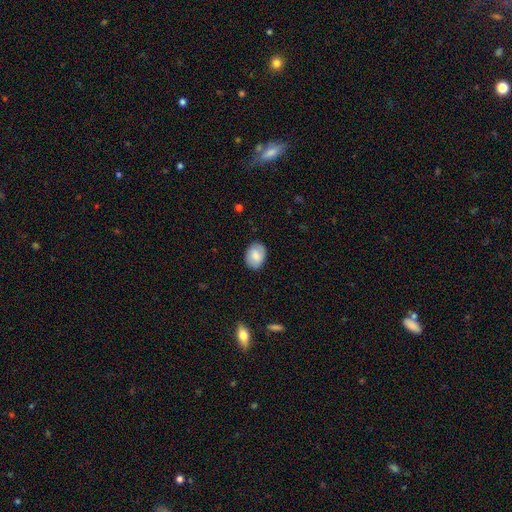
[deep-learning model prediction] Smooth or featured: smooth — 75% (featured or disk — 17%)
How rounded: in between — 70% (round — 29%)
Merging: none — 84% (minor disturbance — 13%)